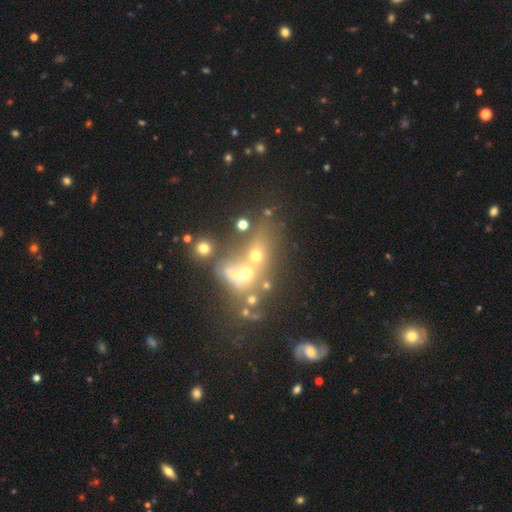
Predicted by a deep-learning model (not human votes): The model was most divided on "how rounded": round: 50%, in between: 45%, cigar-shaped: 6%. More confident: merging — merger (52%); smooth or featured — smooth (51%).